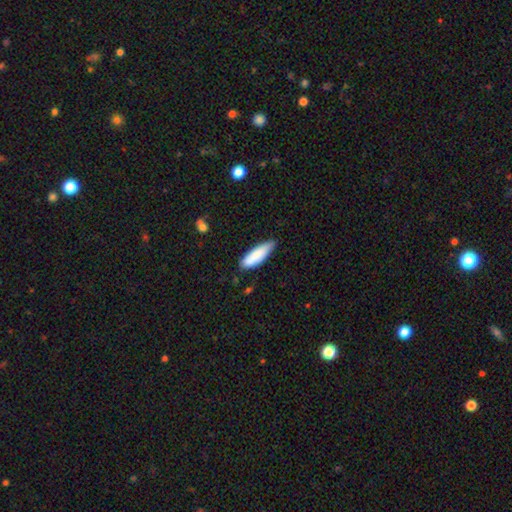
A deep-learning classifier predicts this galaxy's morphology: Overall: smooth (84%). How rounded: in between (53%; cigar-shaped 45%). Merging: none (69%).